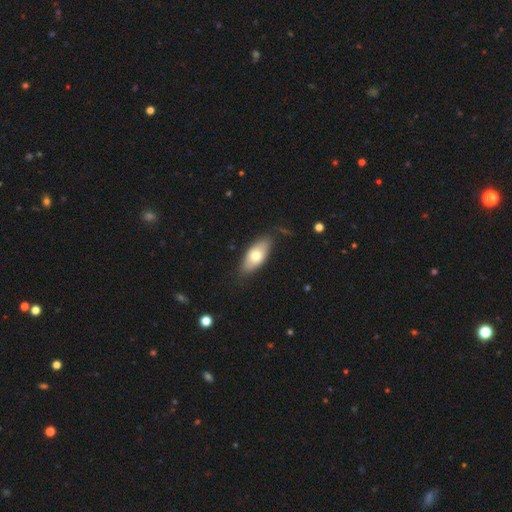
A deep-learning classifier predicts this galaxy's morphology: type=smooth (69%); roundness=in between (85%); merging=none (80%).